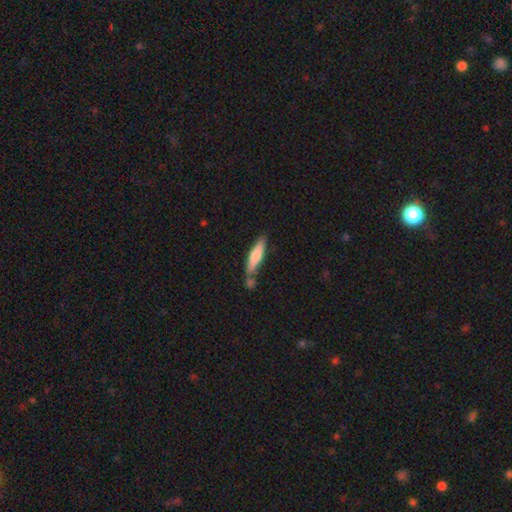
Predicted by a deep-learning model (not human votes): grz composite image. It shows a smooth galaxy with no disk features (66%) that is cigar-shaped (79%). Merging: none (63%).